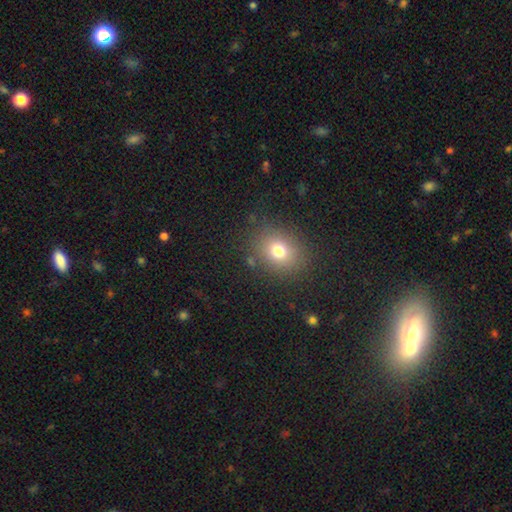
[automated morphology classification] The model was most divided on "how rounded": round: 62%, in between: 36%, cigar-shaped: 2%. More confident: merging — none (86%); smooth or featured — smooth (65%).